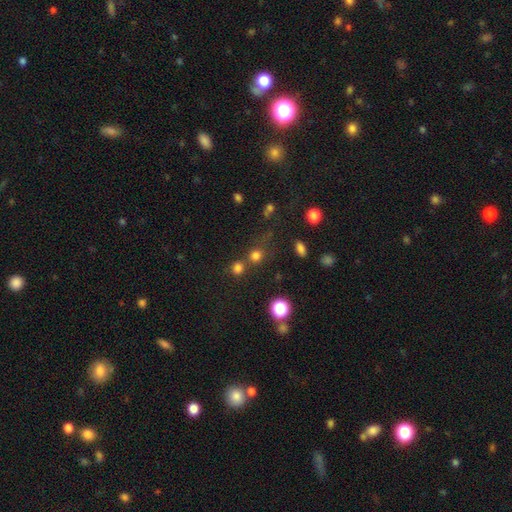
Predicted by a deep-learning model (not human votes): Smooth or featured? smooth (73%)
How rounded? round (87%)
Merging? none (65%)